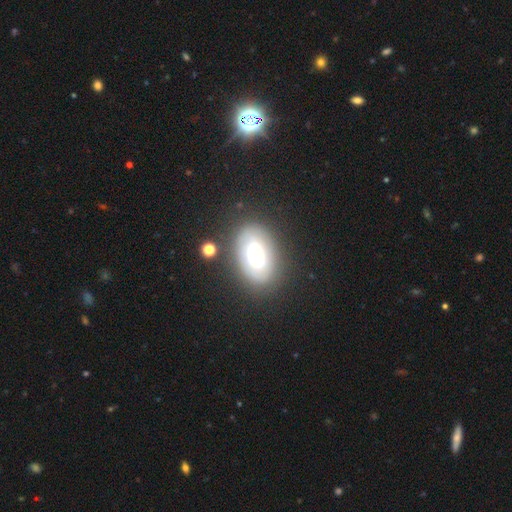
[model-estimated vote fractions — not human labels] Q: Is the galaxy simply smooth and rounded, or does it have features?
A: smooth — 49%.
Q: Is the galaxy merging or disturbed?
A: none — 78%.